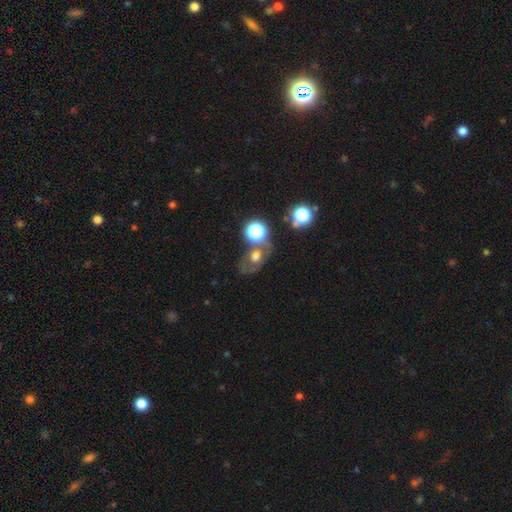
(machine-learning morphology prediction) A smooth galaxy with no disk features (46%). Merging: none (49%).